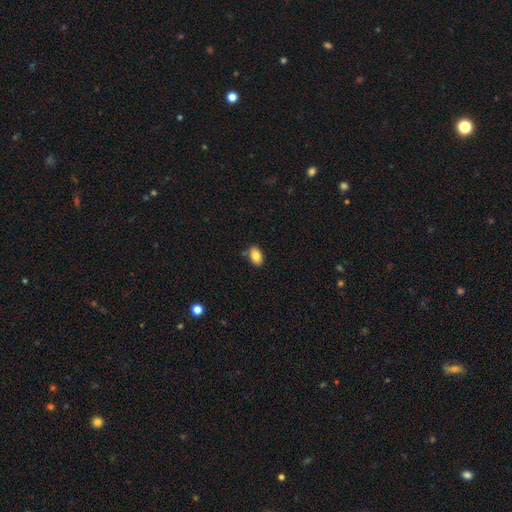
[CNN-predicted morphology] A smooth galaxy with no disk features (83%) that is in between round and cigar-shaped (90%). Merging: none (78%).